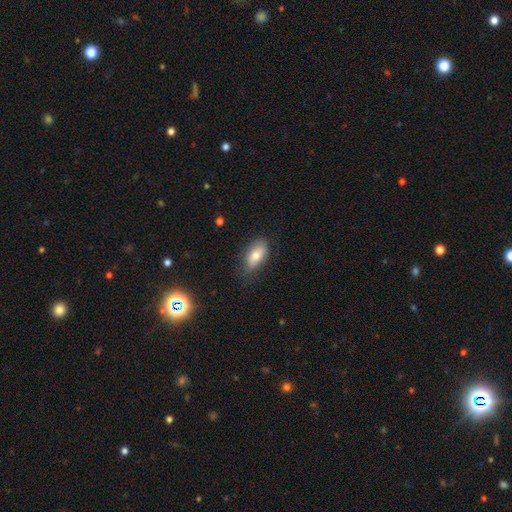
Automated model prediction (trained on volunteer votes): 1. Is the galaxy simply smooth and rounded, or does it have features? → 73% smooth, 18% featured or disk, 8% star or artifact.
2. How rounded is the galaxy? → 89% in between, 7% cigar-shaped, 5% round.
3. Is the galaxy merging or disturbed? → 73% none, 21% minor disturbance, 5% major disturbance, 1% merger.